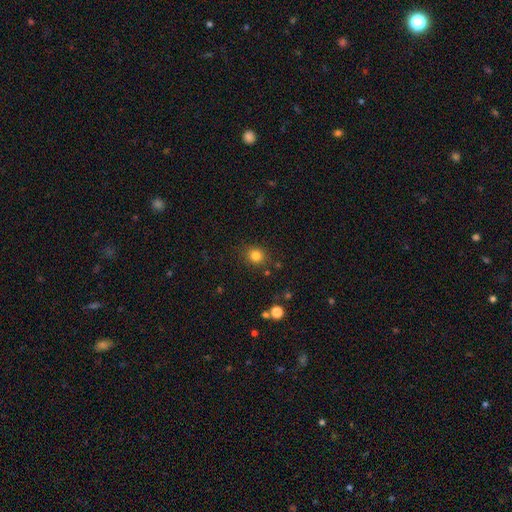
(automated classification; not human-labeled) Morphology: type=smooth (82%); roundness=round (79%); merging=none (85%).